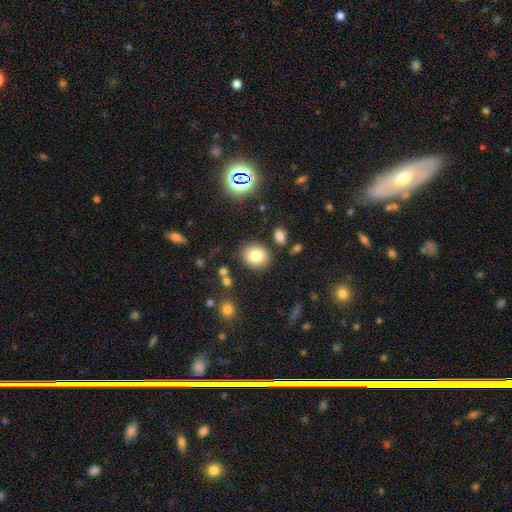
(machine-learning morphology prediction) Smooth or featured? Predicted: smooth (p=0.80). How rounded? Predicted: round (p=0.61). Merging? Predicted: none (p=0.83).